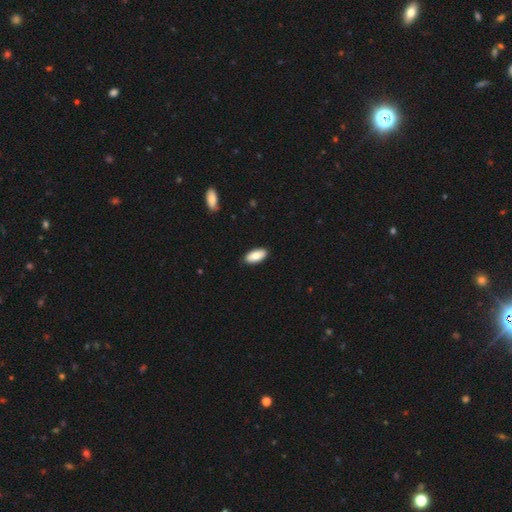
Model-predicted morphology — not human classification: smooth-or-featured: smooth: 83% | featured or disk: 11% | star or artifact: 6%
  how-rounded: in between: 91% | cigar-shaped: 6% | round: 2%
  merging: none: 89% | minor disturbance: 9% | major disturbance: 2% | merger: 1%